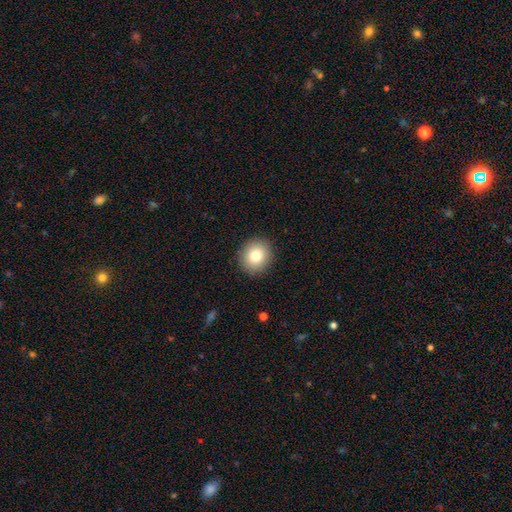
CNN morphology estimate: Smooth or featured: smooth — 81% (star or artifact — 10%)
How rounded: round — 81% (in between — 18%)
Merging: none — 90% (minor disturbance — 7%)